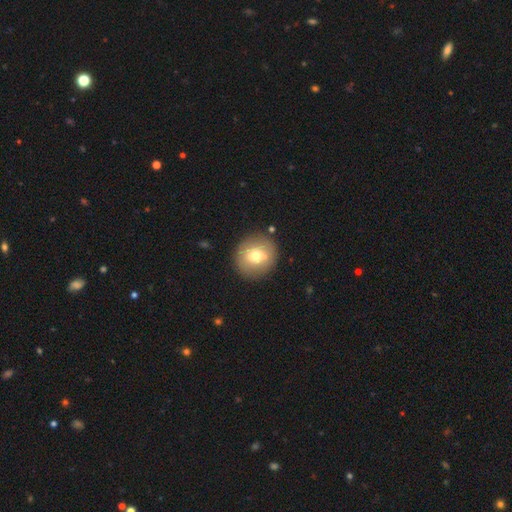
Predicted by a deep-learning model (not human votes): Smooth or featured: smooth — 70% (featured or disk — 20%)
How rounded: round — 89% (in between — 10%)
Merging: none — 85% (minor disturbance — 8%)